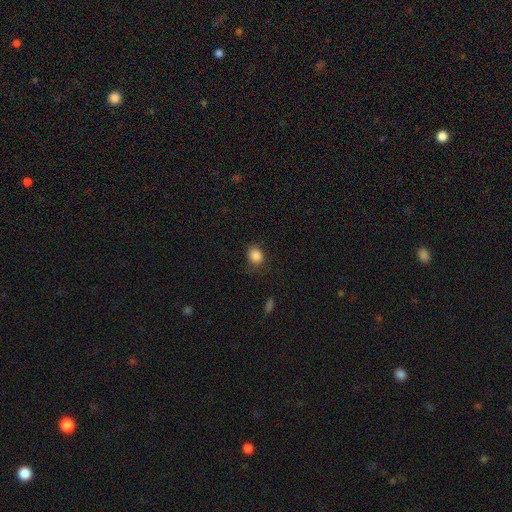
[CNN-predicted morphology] smooth_or_featured: smooth (p=0.86) [alt: star or artifact p=0.10]
how_rounded: round (p=0.66) [alt: in between p=0.33]
merging: none (p=0.77) [alt: minor disturbance p=0.17]